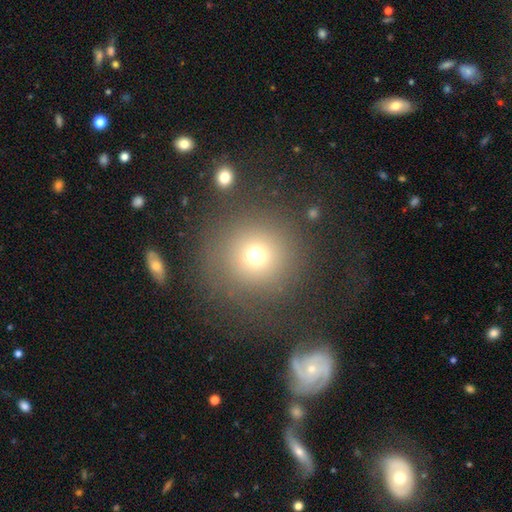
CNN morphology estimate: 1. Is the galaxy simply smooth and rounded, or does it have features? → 71% smooth, 17% star or artifact, 12% featured or disk.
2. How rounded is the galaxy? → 93% round, 6% in between, 1% cigar-shaped.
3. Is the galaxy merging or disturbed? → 80% none, 10% minor disturbance, 6% major disturbance, 4% merger.